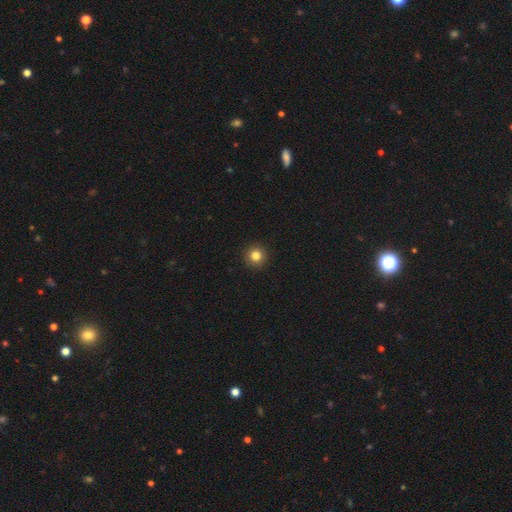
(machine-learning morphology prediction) smooth_or_featured: smooth (p=0.83) [alt: star or artifact p=0.12]
how_rounded: round (p=0.95) [alt: in between p=0.04]
merging: none (p=0.93) [alt: minor disturbance p=0.04]